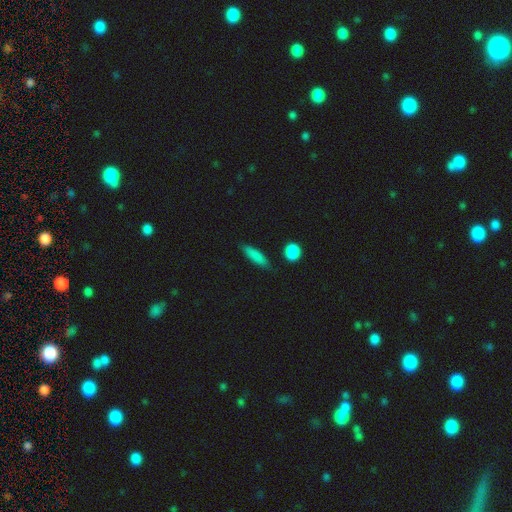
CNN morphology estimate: Smooth or featured? Predicted: smooth (p=0.82). How rounded? Predicted: cigar-shaped (p=0.68). Merging? Predicted: none (p=0.82).